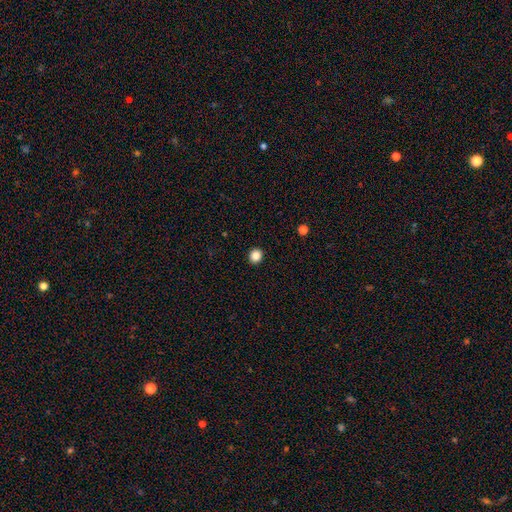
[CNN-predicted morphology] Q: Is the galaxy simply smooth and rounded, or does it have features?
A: smooth — 86%.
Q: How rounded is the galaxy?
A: round — 82%.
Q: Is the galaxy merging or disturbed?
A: none — 93%.